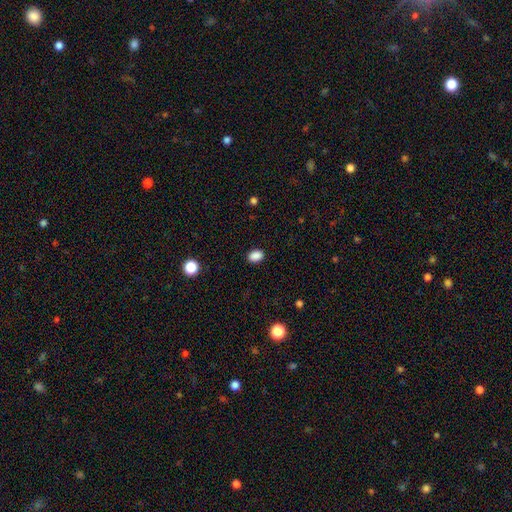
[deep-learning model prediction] Smooth or featured: smooth — 88% (star or artifact — 9%)
How rounded: in between — 77% (round — 22%)
Merging: none — 89% (minor disturbance — 8%)